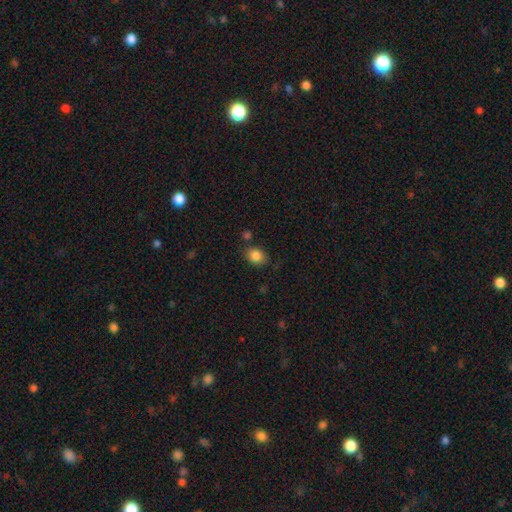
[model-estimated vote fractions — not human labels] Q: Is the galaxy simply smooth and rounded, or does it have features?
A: smooth — 85%.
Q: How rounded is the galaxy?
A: in between — 53%.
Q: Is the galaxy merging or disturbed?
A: none — 76%.